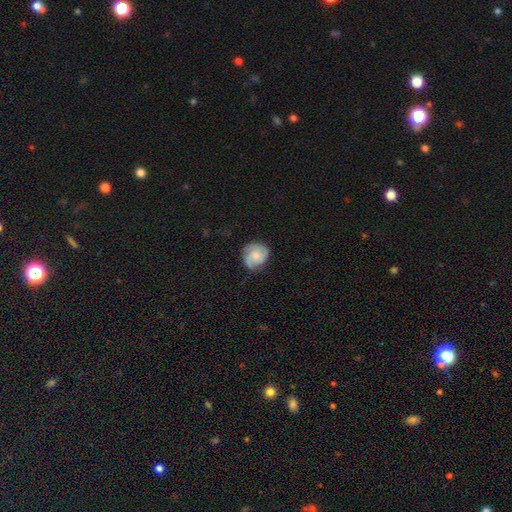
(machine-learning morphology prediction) Smooth or featured? Predicted: smooth (p=0.52). How rounded? Predicted: round (p=0.78). Merging? Predicted: none (p=0.64).